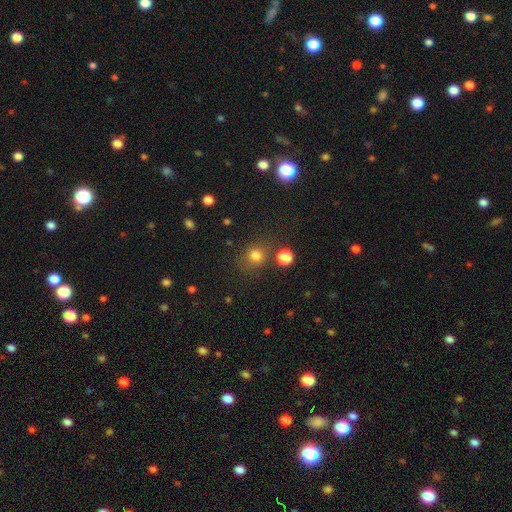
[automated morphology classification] Smooth or featured? smooth (78%)
How rounded? round (80%)
Merging? none (73%)